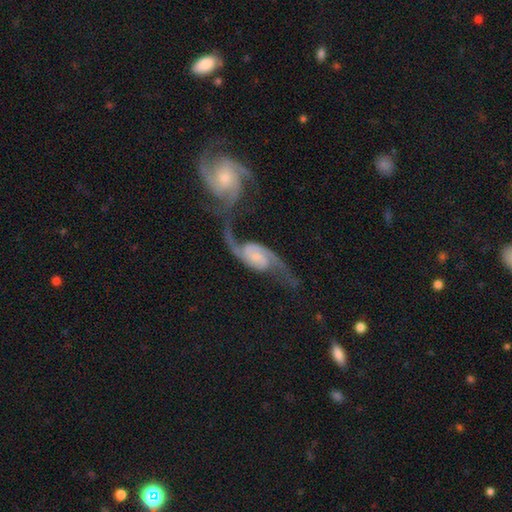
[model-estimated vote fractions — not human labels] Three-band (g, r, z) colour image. It shows a featured or disk galaxy (90%) with no bar (45%), 2 (93%) loose (52%) spiral arms (98%) and a small central bulge (41%). Merging: merger (39%).